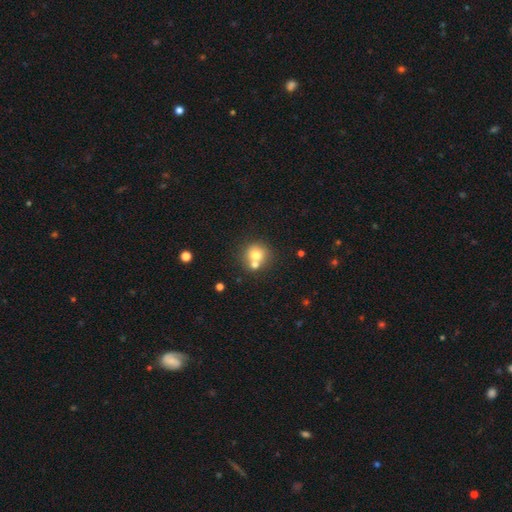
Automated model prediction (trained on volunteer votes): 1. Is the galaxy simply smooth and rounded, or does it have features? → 72% smooth, 16% featured or disk, 12% star or artifact.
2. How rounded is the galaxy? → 88% round, 11% in between, 1% cigar-shaped.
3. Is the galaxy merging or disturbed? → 50% none, 40% merger, 8% minor disturbance, 3% major disturbance.